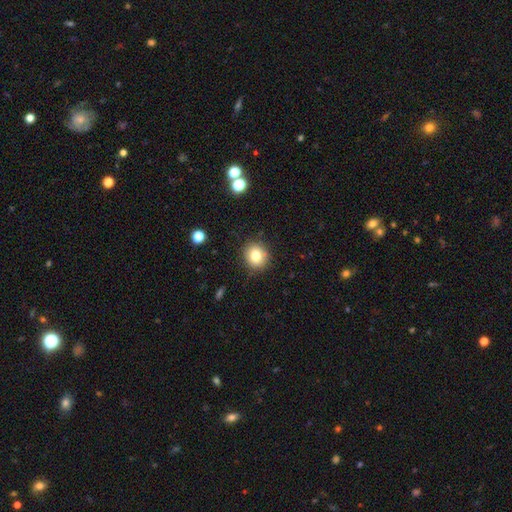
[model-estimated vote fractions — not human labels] Q: Smooth or featured?
A: smooth (79%); runner-up: star or artifact (11%)
Q: How rounded?
A: round (81%); runner-up: in between (18%)
Q: Merging?
A: none (86%); runner-up: minor disturbance (10%)